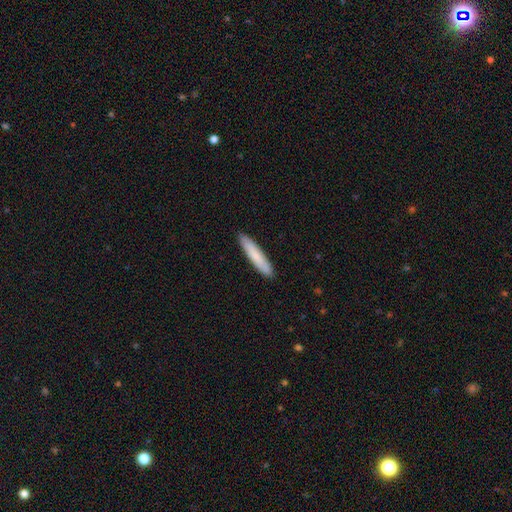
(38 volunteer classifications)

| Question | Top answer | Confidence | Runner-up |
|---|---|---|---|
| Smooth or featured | smooth | 76% | featured or disk (13%) |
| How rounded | cigar-shaped | 90% | in between (10%) |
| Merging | none | 100% | — |